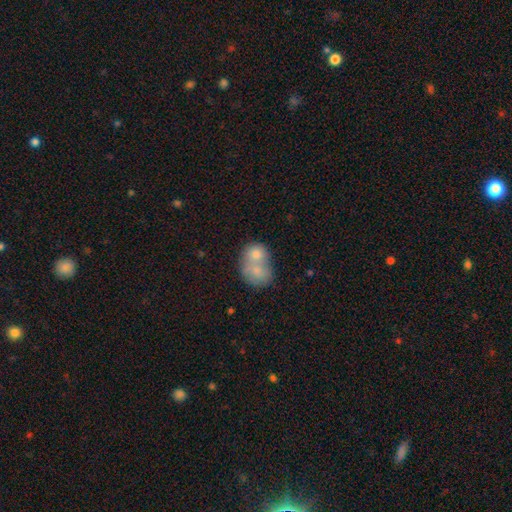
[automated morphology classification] A smooth galaxy with no disk features (72%) that is round (58%).

Vote fractions:
- Smooth or featured? smooth: 72% / featured or disk: 19% / star or artifact: 9%
- How rounded? round: 58% / in between: 41% / cigar-shaped: 1%
- Merging? merger: 69% / none: 21% / minor disturbance: 7% / major disturbance: 4%